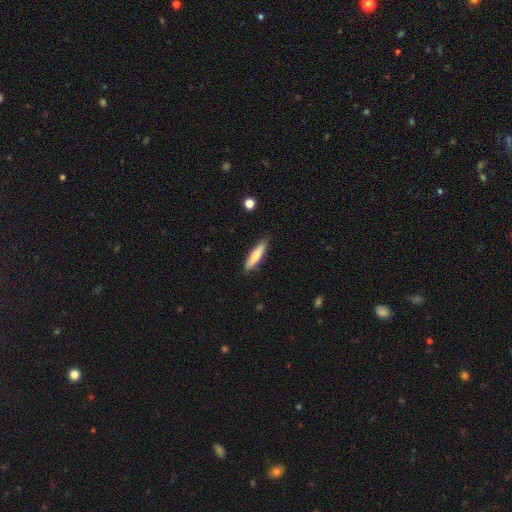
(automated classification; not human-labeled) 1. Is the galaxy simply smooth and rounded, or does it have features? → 65% smooth, 29% featured or disk, 6% star or artifact.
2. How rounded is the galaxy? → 75% cigar-shaped, 23% in between, 2% round.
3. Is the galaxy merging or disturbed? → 86% none, 11% minor disturbance, 2% major disturbance, 1% merger.